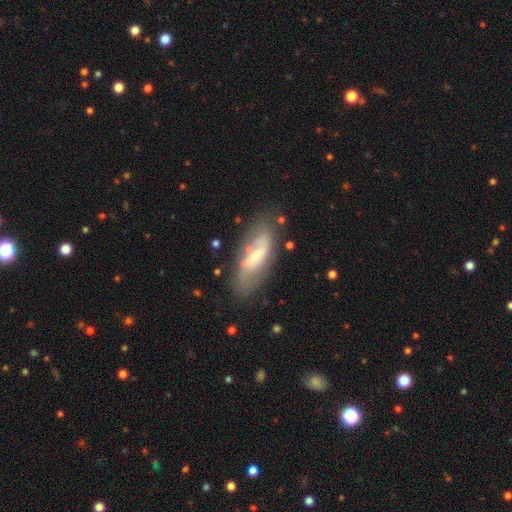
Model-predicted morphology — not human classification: Smooth or featured? Predicted: featured or disk (p=0.55). Edge-on disk? Predicted: no (p=0.83). Merging? Predicted: none (p=0.66).